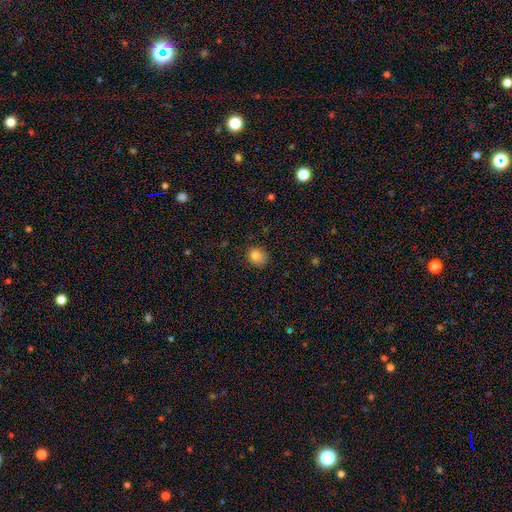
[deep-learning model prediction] smooth 82%, star or artifact 11%, featured or disk 7%. Down the decision tree: how rounded — round (74%); merging — none (81%).